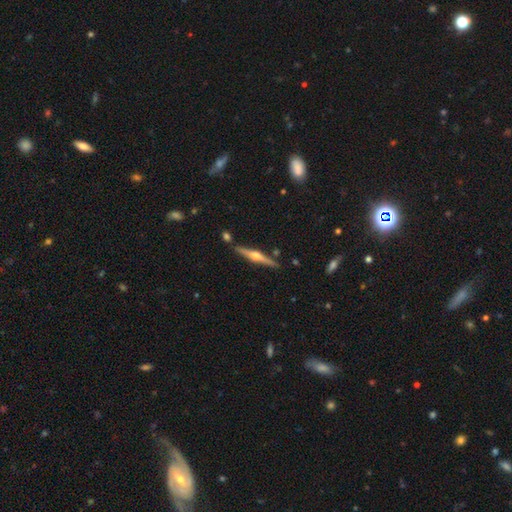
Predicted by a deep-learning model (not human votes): Smooth or featured? Predicted: featured or disk (p=0.76). Edge-on disk? Predicted: yes (p=0.98). Edge-on bulge? Predicted: rounded (p=0.94). Merging? Predicted: none (p=0.85).